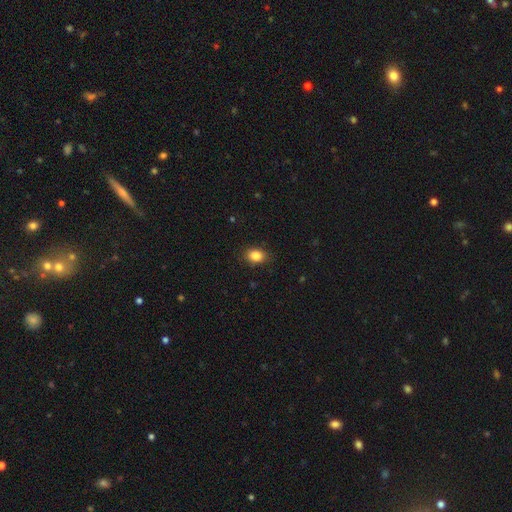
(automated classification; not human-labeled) Q: Smooth or featured?
A: smooth (86%); runner-up: star or artifact (10%)
Q: How rounded?
A: in between (67%); runner-up: round (32%)
Q: Merging?
A: none (86%); runner-up: minor disturbance (11%)